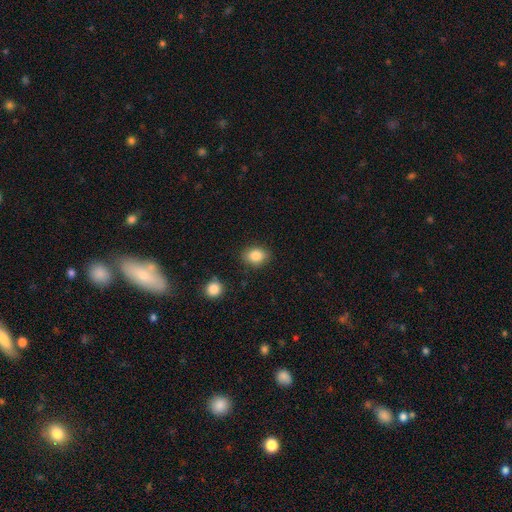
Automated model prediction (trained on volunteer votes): Smooth or featured?
  - smooth: 85% *
  - star or artifact: 9%
  - featured or disk: 6%
How rounded?
  - in between: 59% *
  - round: 40%
  - cigar-shaped: 1%
Merging?
  - none: 83% *
  - minor disturbance: 12%
  - major disturbance: 3%
  - merger: 2%